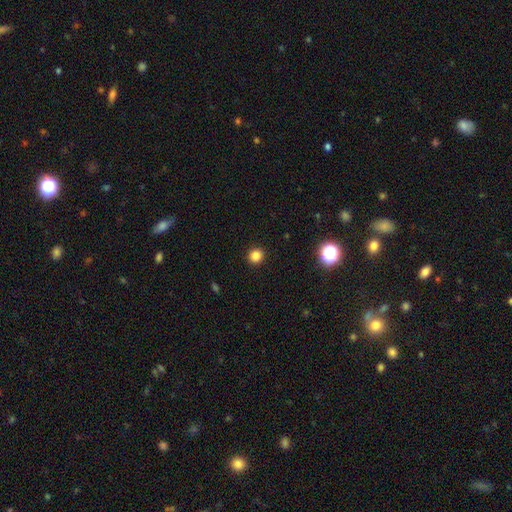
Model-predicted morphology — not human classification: smooth_or_featured: smooth (p=0.83) [alt: star or artifact p=0.13]
how_rounded: round (p=0.91) [alt: in between p=0.08]
merging: none (p=0.93) [alt: minor disturbance p=0.05]